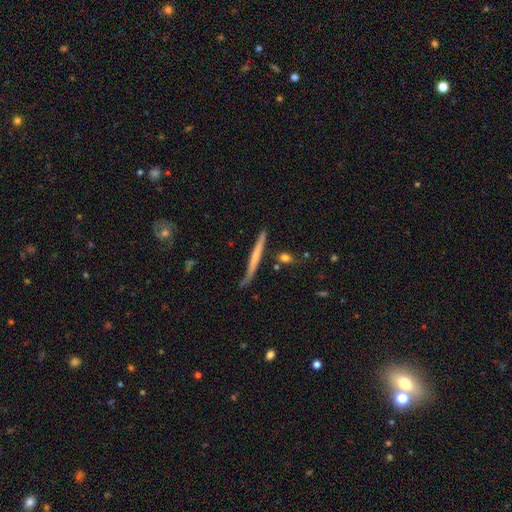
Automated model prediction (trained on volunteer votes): This is possibly a featured or disk galaxy (50%). Merging: likely none (74%).